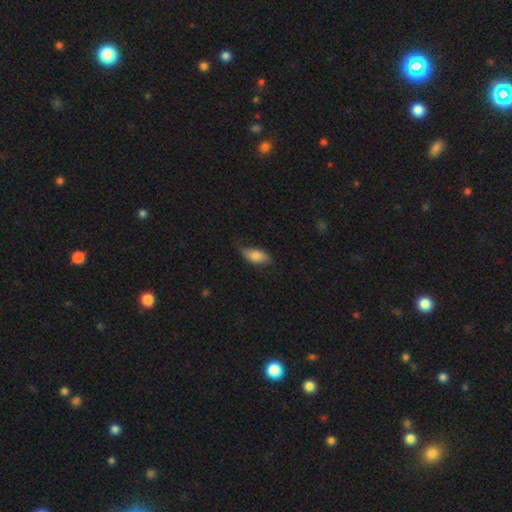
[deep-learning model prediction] Smooth or featured: smooth — 71% (featured or disk — 23%)
How rounded: in between — 85% (cigar-shaped — 11%)
Merging: none — 67% (minor disturbance — 27%)